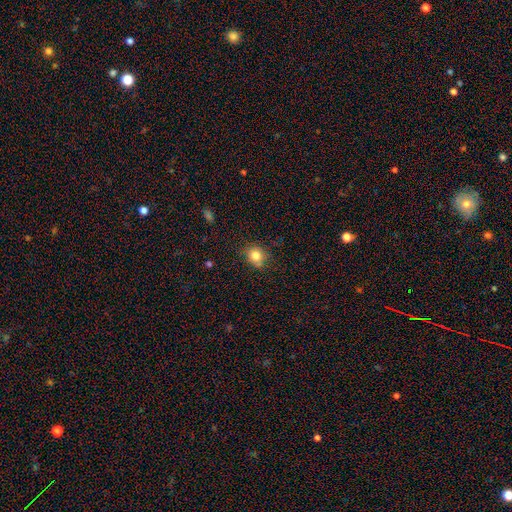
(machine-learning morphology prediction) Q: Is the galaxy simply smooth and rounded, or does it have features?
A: smooth — 81%.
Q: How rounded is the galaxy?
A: round — 75%.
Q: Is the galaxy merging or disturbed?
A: none — 75%.